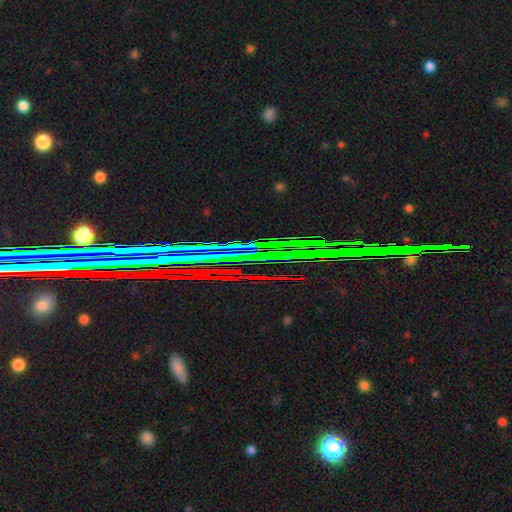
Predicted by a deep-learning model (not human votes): The model was most divided on "smooth or featured": star or artifact: 80%, featured or disk: 11%, smooth: 9%.